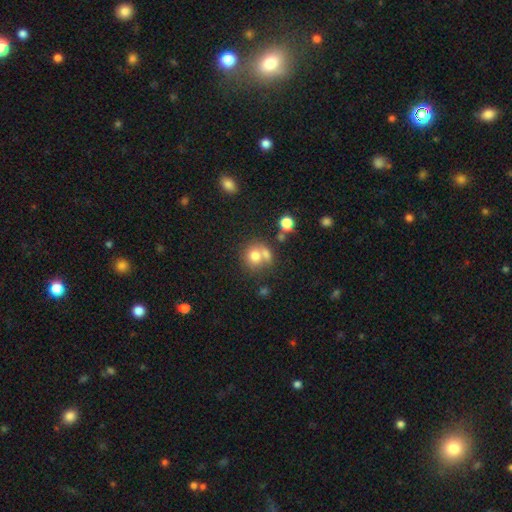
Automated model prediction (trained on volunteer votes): Smooth or featured: smooth — 74% (featured or disk — 14%)
How rounded: round — 78% (in between — 21%)
Merging: none — 43% (merger — 41%)